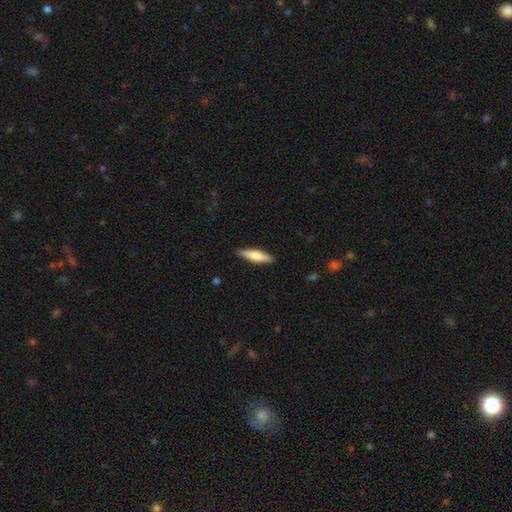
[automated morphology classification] This is likely a smooth galaxy (67%). How rounded: likely cigar-shaped (76%). Merging: clearly none (89%).